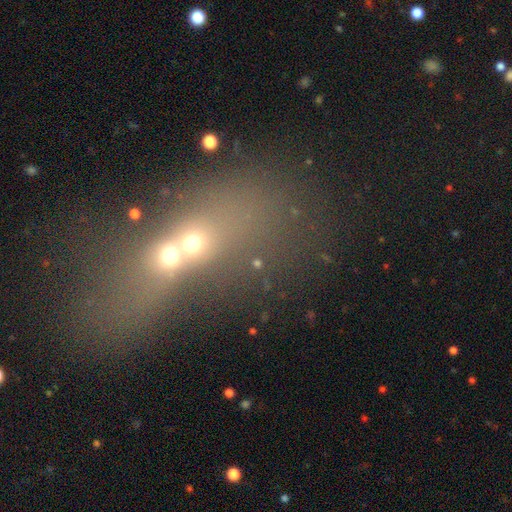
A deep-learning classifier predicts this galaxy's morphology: smooth-or-featured: smooth: 40% | star or artifact: 31% | featured or disk: 30%
  merging: merger: 75% | none: 14% | major disturbance: 6% | minor disturbance: 5%